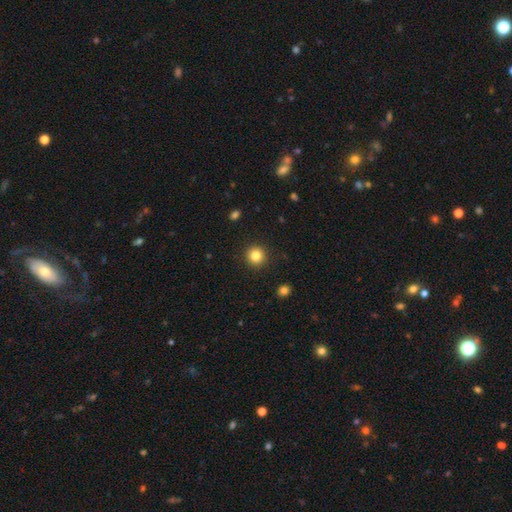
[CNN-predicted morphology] Overall: smooth (83%). How rounded: round (94%). Merging: none (92%).